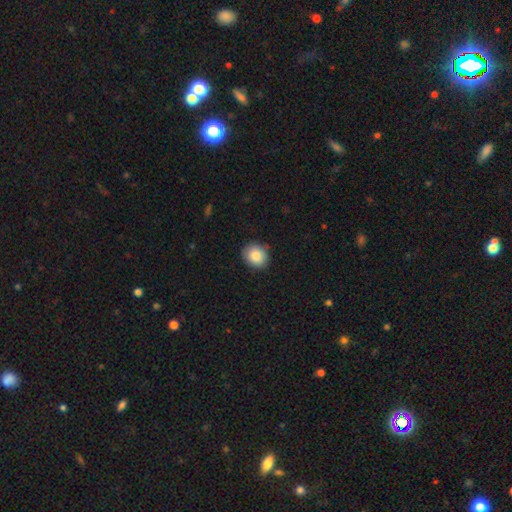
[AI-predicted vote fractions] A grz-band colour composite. It shows a smooth galaxy with no disk features (85%) that is round (66%). Merging: none (87%).